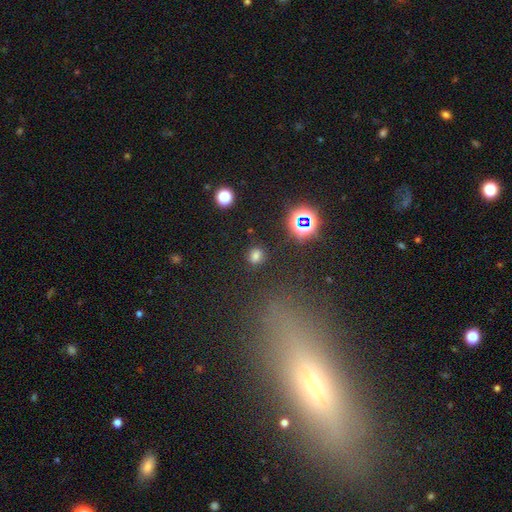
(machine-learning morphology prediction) This appears to be a smooth galaxy with no disk features (72%) that is round (70%). Merging: none (84%).